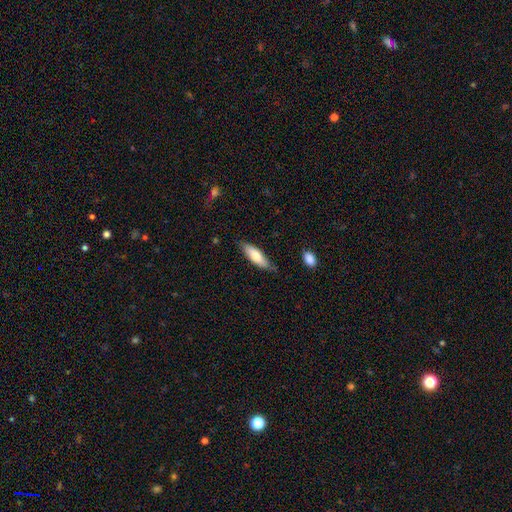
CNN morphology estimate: type=smooth (71%); roundness=cigar-shaped (53%); merging=none (73%).